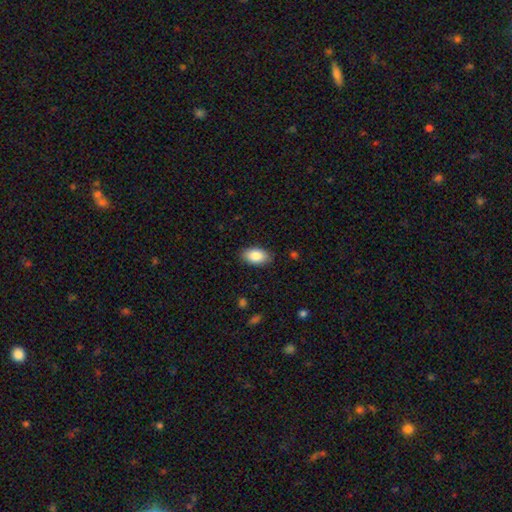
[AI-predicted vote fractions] Smooth or featured?
  - smooth: 88% *
  - star or artifact: 6%
  - featured or disk: 6%
How rounded?
  - in between: 94% *
  - round: 4%
  - cigar-shaped: 2%
Merging?
  - none: 87% *
  - minor disturbance: 10%
  - major disturbance: 2%
  - merger: 1%